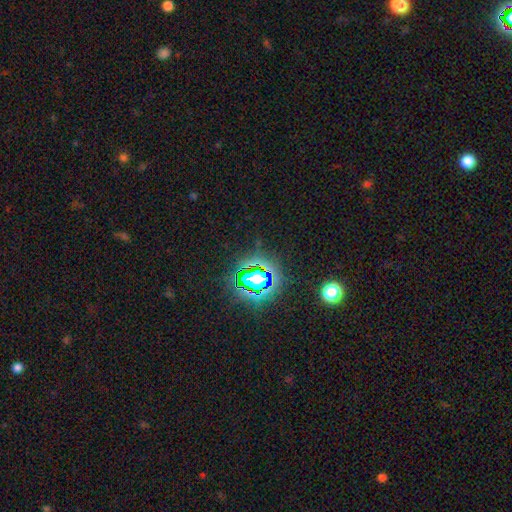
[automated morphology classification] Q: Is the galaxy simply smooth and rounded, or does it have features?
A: star or artifact — 74%.